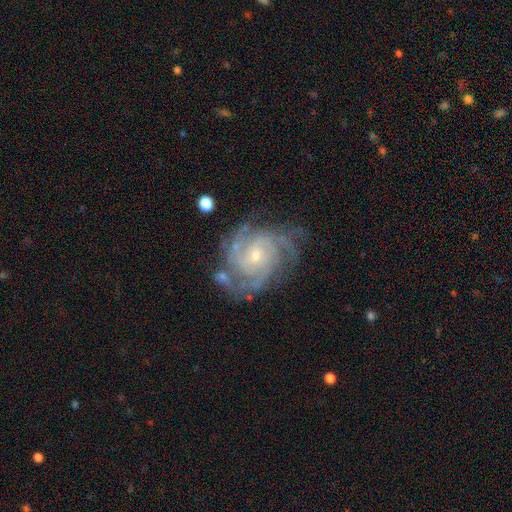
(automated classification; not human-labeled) Smooth or featured? Predicted: featured or disk (p=0.90). Edge-on disk? Predicted: no (p=0.98). Bar? Predicted: no (p=0.63). Spiral arms? Predicted: yes (p=0.98). Spiral winding? Predicted: tight (p=0.61). Spiral arm count? Predicted: 4 (p=0.29). Bulge size? Predicted: small (p=0.69). Merging? Predicted: none (p=0.68).